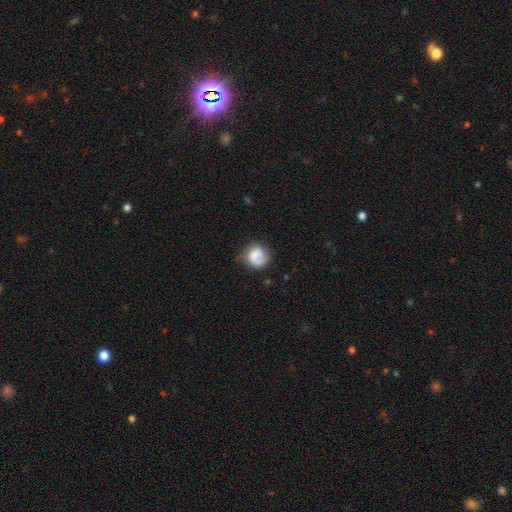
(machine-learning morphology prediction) Q: Smooth or featured?
A: smooth (70%); runner-up: featured or disk (23%)
Q: How rounded?
A: round (82%); runner-up: in between (17%)
Q: Merging?
A: none (57%); runner-up: minor disturbance (26%)